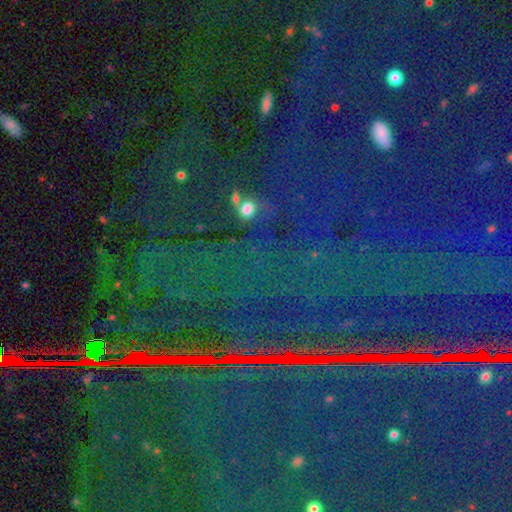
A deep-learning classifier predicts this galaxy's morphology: Smooth or featured? Predicted: star or artifact (p=0.87).